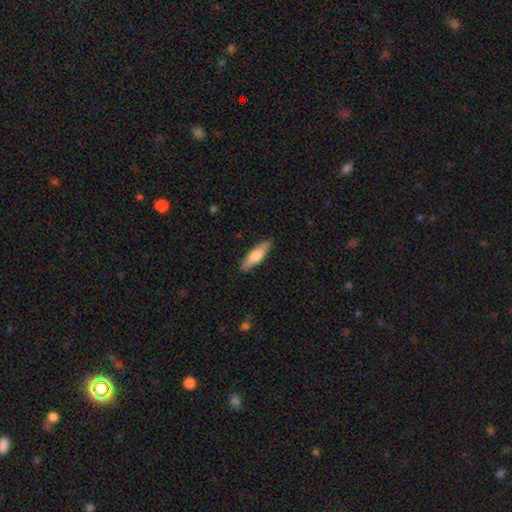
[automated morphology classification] Smooth or featured?
  - smooth: 73% *
  - featured or disk: 22%
  - star or artifact: 5%
How rounded?
  - cigar-shaped: 59% *
  - in between: 39%
  - round: 2%
Merging?
  - none: 87% *
  - minor disturbance: 10%
  - major disturbance: 2%
  - merger: 1%